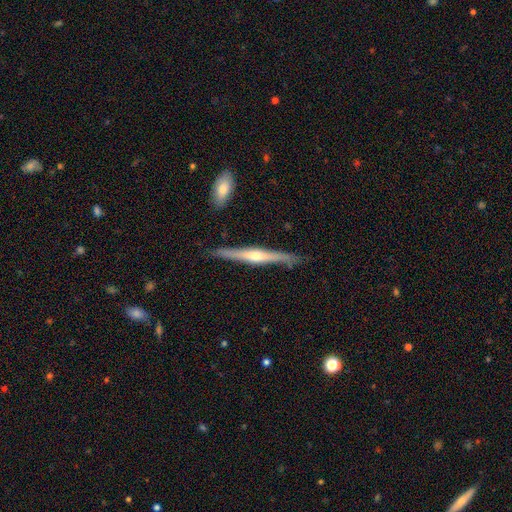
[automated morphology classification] type=featured or disk (71%); edge-on=yes (97%); edge-on bulge=rounded (78%); merging=none (86%).